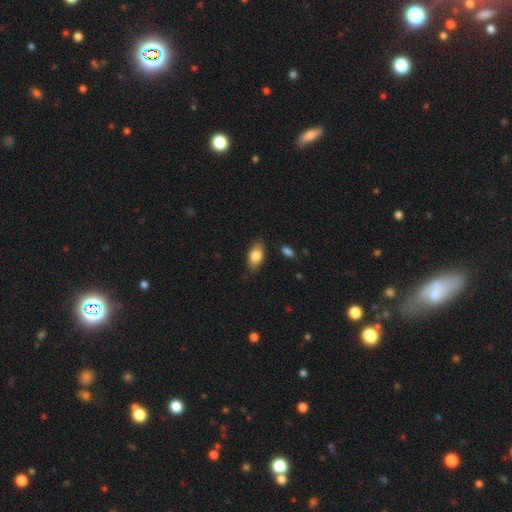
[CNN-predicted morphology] A smooth galaxy with no disk features (83%) that is in between round and cigar-shaped (91%). Merging: none (81%).